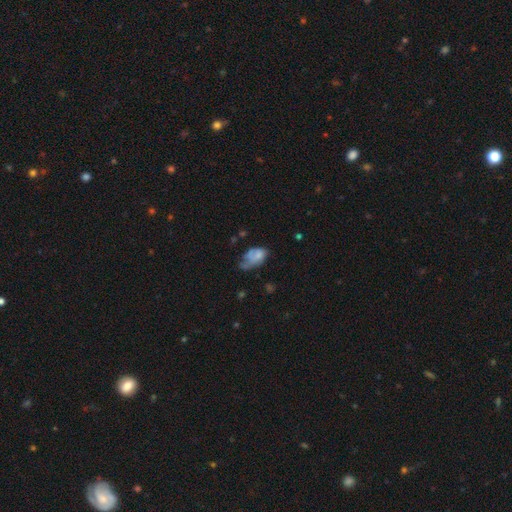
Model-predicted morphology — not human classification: Smooth or featured? smooth (56%)
How rounded? in between (89%)
Merging? major disturbance (34%)